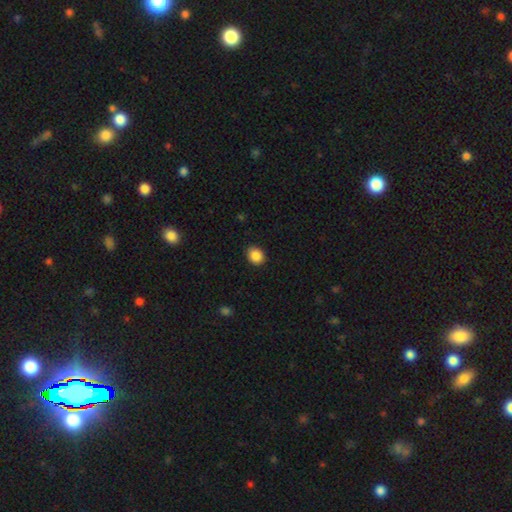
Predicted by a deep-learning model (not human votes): A smooth galaxy with no disk features (88%) that is round (55%). Merging: none (90%).